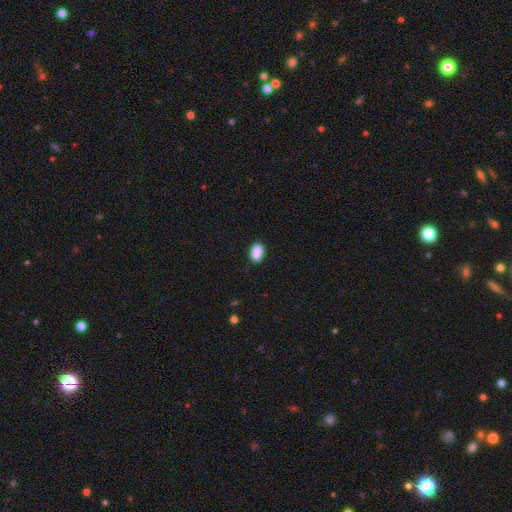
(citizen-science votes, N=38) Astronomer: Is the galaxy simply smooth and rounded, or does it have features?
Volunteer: smooth — 92%.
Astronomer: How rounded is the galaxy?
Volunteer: in between — 89%.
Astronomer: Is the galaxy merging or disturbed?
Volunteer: none — 81%.